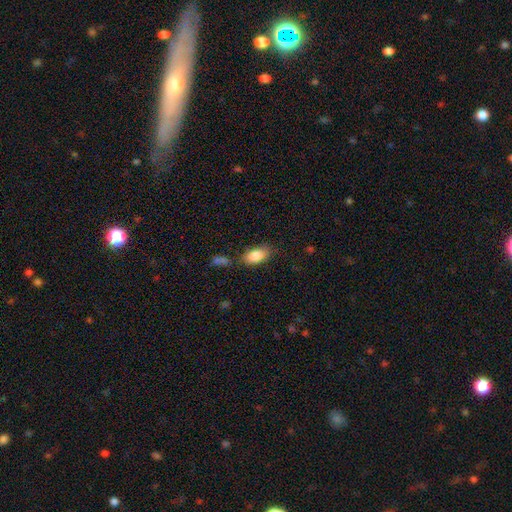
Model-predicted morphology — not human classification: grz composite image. It shows a smooth galaxy with no disk features (85%) that is in between round and cigar-shaped (91%). Merging: none (74%).